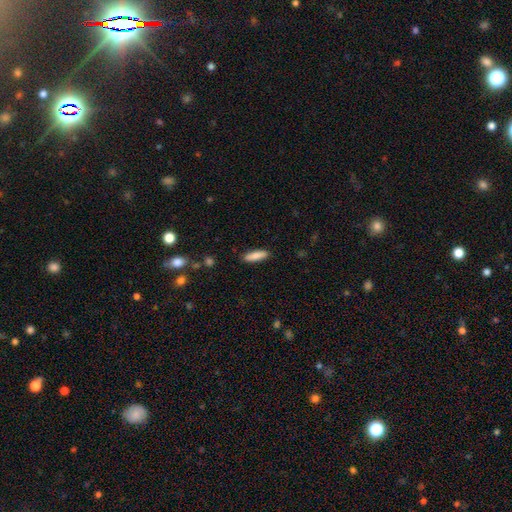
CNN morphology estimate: The model was most divided on "how rounded": cigar-shaped: 61%, in between: 37%, round: 2%. More confident: merging — none (88%); smooth or featured — smooth (85%).